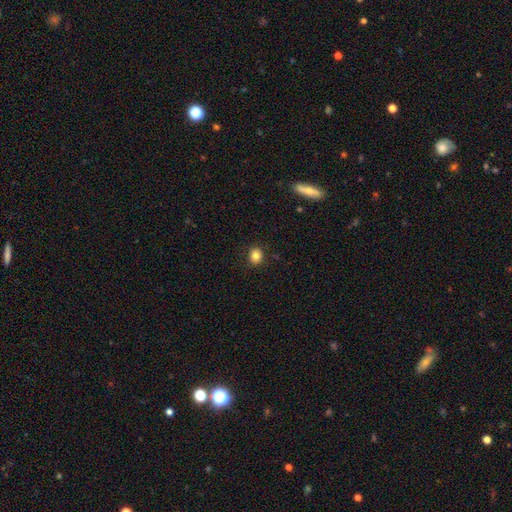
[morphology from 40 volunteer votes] Volunteers were most divided on "smooth or featured": smooth: 82%, star or artifact: 10%, featured or disk: 8%. More confident: merging — none (92%); how rounded — round (91%).